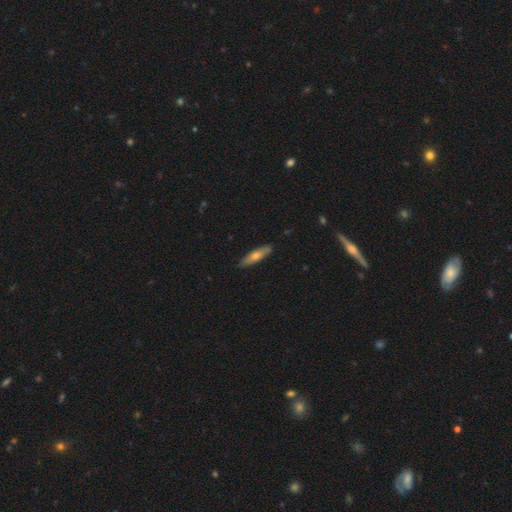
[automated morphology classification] smooth-or-featured: smooth: 59% | featured or disk: 35% | star or artifact: 6%
  how-rounded: cigar-shaped: 75% | in between: 23% | round: 2%
  merging: none: 87% | minor disturbance: 10% | major disturbance: 2% | merger: 1%